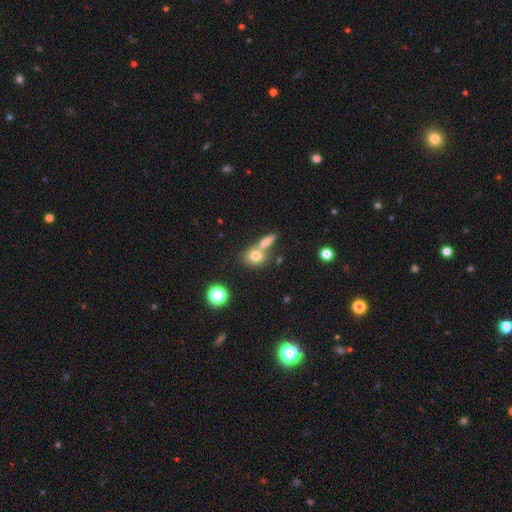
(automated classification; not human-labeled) This is likely a smooth galaxy (74%). How rounded: possibly round (58%). Merging: possibly merger (45%).